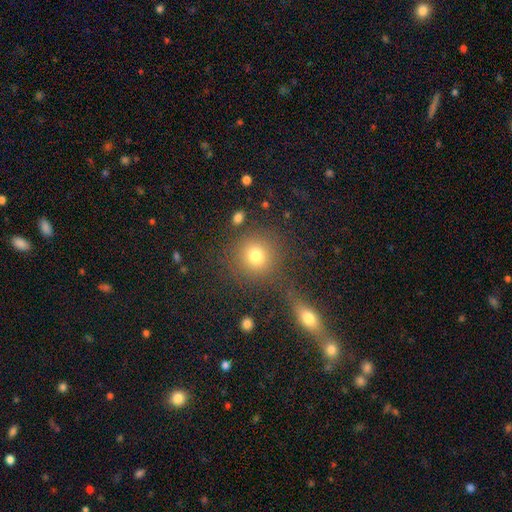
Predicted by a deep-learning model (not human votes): This appears to be a smooth galaxy with no disk features (75%) that is round (88%). Merging: none (73%).